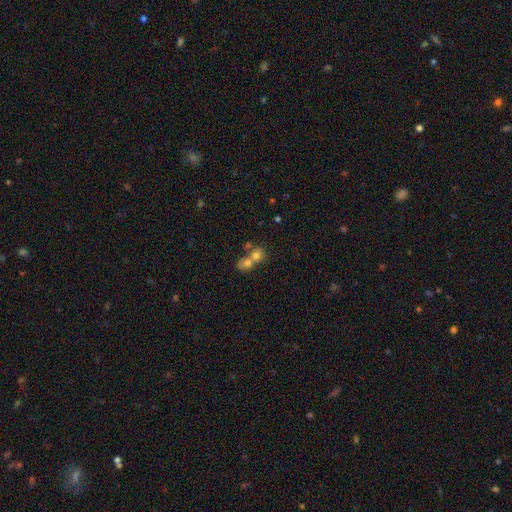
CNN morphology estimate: Smooth or featured? Predicted: smooth (p=0.70). How rounded? Predicted: round (p=0.70). Merging? Predicted: merger (p=0.63).